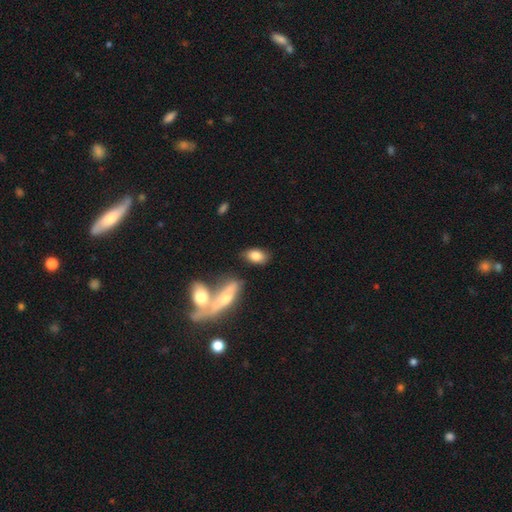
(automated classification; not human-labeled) Overall: smooth (80%). How rounded: in between (89%). Merging: none (71%).